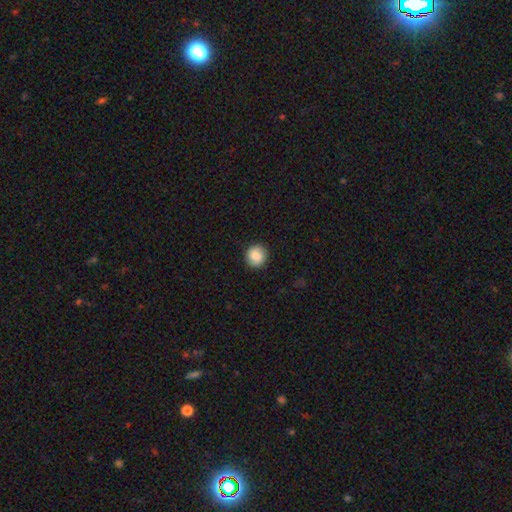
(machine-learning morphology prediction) Smooth or featured? Predicted: smooth (p=0.86). How rounded? Predicted: round (p=0.90). Merging? Predicted: none (p=0.90).